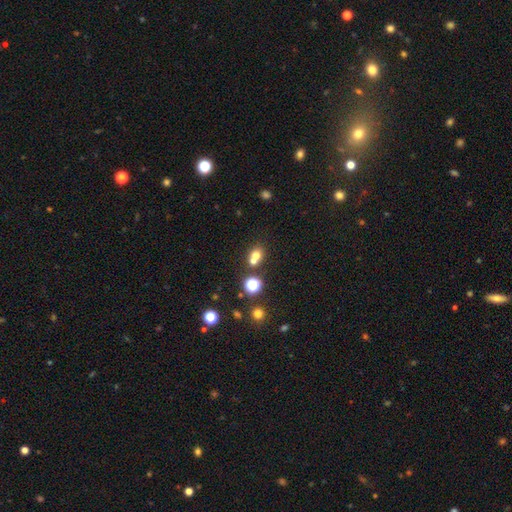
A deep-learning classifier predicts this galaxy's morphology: smooth-or-featured: smooth: 68% | star or artifact: 20% | featured or disk: 12%
  how-rounded: round: 70% | in between: 29% | cigar-shaped: 1%
  merging: none: 47% | merger: 42% | minor disturbance: 7% | major disturbance: 3%